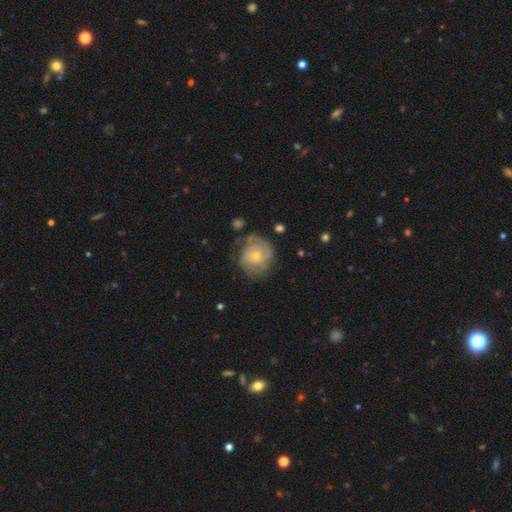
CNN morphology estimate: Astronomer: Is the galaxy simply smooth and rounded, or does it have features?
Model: featured or disk — 65%.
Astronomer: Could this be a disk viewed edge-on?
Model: no — 98%.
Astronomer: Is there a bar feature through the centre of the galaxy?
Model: no — 78%.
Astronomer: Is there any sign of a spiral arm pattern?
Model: yes — 83%.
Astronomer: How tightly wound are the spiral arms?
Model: tight — 54% (runner-up: medium, 33%).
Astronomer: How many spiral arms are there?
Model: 2 — 36% (runner-up: can't tell, 34%).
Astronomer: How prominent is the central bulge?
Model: small — 64%.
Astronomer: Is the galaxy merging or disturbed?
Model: none — 62%.